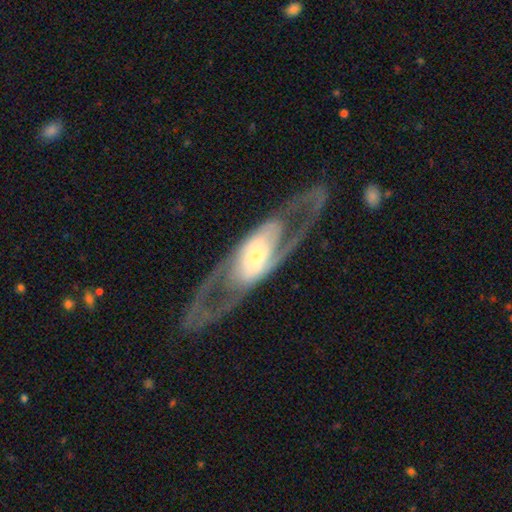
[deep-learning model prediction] This appears to be a featured or disk galaxy (85%) with no bar (41%), 2 (85%) medium (47%) spiral arms (85%) and a small central bulge (42%). Merging: none (73%).